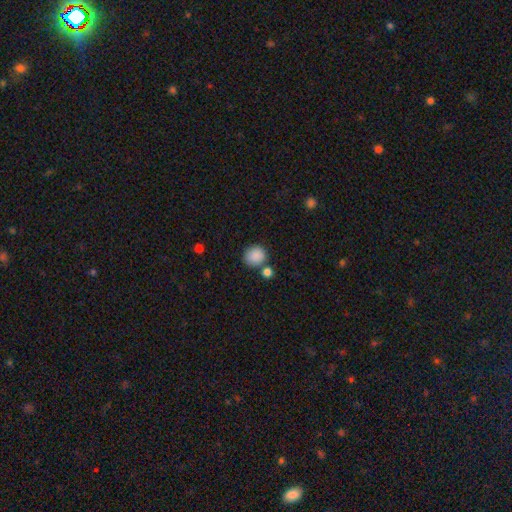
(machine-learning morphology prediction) smooth-or-featured: smooth: 88% | star or artifact: 8% | featured or disk: 4%
  how-rounded: round: 84% | in between: 15% | cigar-shaped: 1%
  merging: none: 71% | merger: 14% | minor disturbance: 11% | major disturbance: 3%